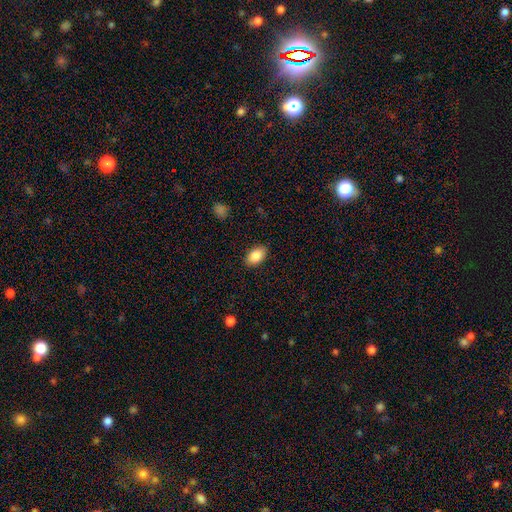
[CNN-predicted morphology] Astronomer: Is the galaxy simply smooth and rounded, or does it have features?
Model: smooth — 86%.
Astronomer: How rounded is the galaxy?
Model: in between — 91%.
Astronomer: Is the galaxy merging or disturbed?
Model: none — 88%.